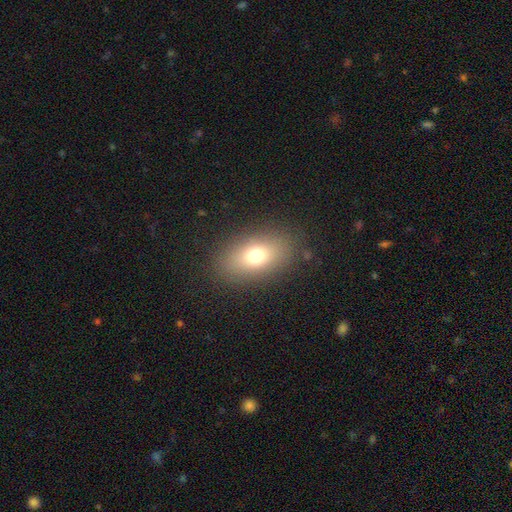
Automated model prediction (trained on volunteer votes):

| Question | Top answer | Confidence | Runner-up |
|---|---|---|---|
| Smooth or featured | smooth | 72% | featured or disk (15%) |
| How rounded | in between | 83% | round (14%) |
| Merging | none | 85% | minor disturbance (9%) |